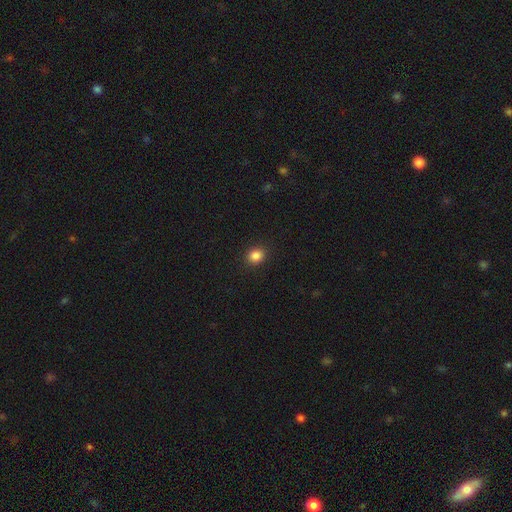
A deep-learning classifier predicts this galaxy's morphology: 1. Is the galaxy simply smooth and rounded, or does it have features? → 86% smooth, 11% star or artifact, 3% featured or disk.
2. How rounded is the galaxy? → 71% round, 28% in between, 1% cigar-shaped.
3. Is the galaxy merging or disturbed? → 91% none, 6% minor disturbance, 2% major disturbance, 1% merger.